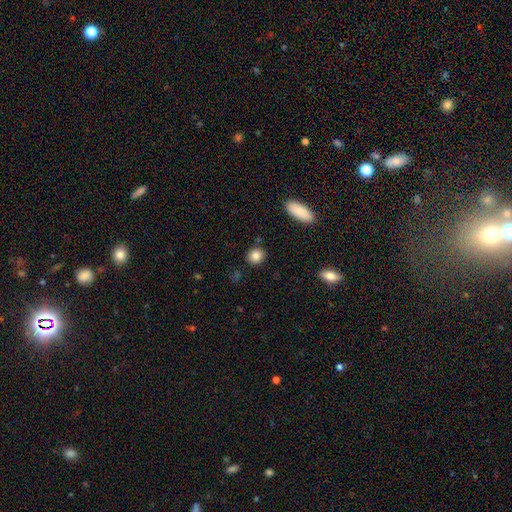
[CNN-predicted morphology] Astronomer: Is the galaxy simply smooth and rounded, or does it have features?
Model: smooth — 84%.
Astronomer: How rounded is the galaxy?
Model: round — 76%.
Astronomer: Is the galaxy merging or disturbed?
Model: none — 87%.